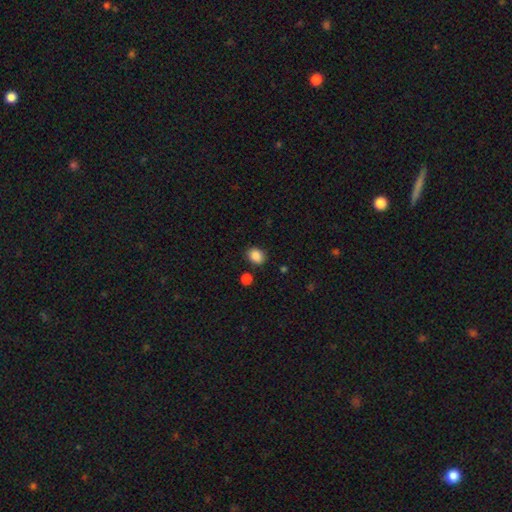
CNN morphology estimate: Overall: smooth (87%). How rounded: round (54%; in between 45%). Merging: none (83%).